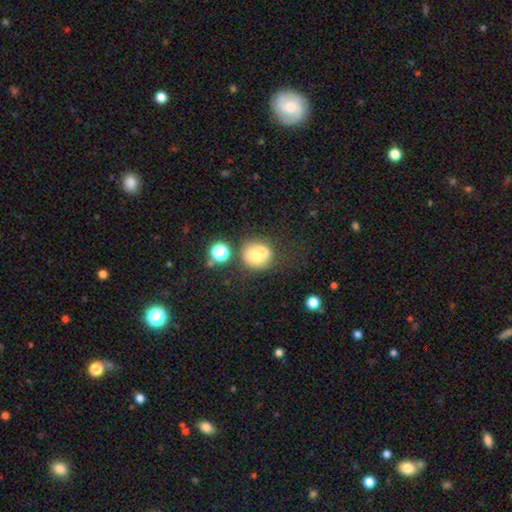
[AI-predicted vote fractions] Morphology: type=smooth (63%); roundness=round (78%); merging=merger (49%).